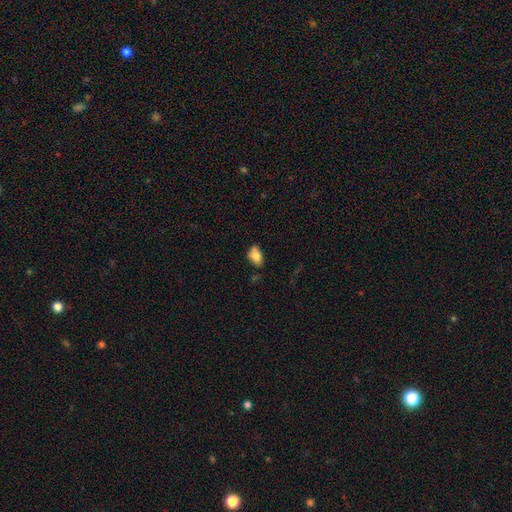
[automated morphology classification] Smooth or featured?
  - smooth: 78% *
  - featured or disk: 14%
  - star or artifact: 8%
How rounded?
  - in between: 88% *
  - round: 9%
  - cigar-shaped: 3%
Merging?
  - none: 64% *
  - minor disturbance: 25%
  - merger: 6%
  - major disturbance: 5%